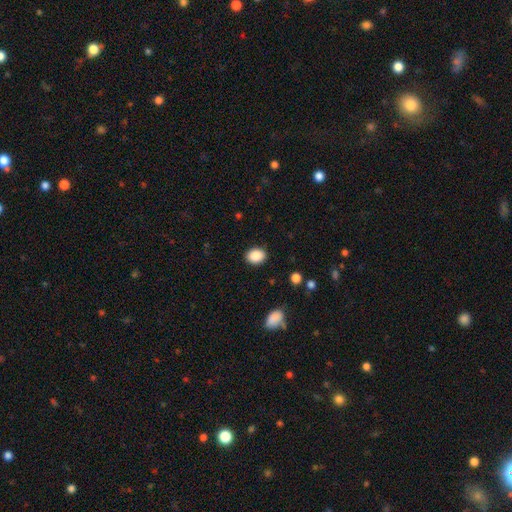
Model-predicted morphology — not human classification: This appears to be a smooth galaxy with no disk features (88%) that is in between round and cigar-shaped (57%). Merging: none (89%).